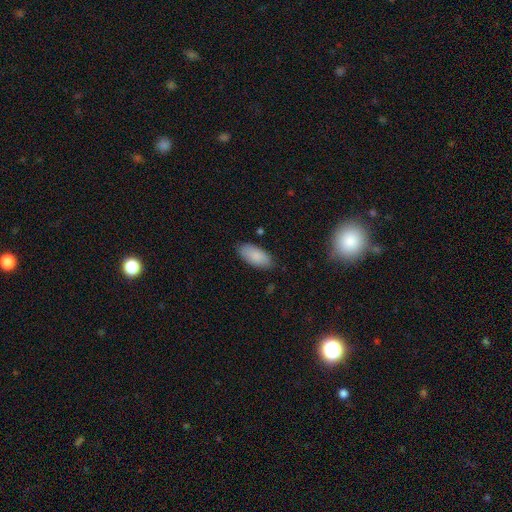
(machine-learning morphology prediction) smooth 87%, featured or disk 7%, star or artifact 6%. Down the decision tree: how rounded — in between (92%); merging — none (82%).